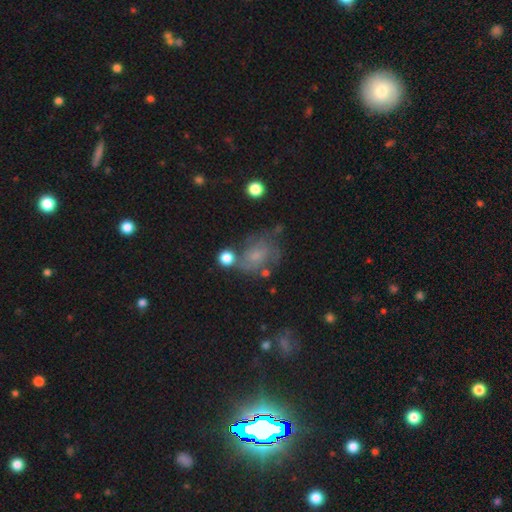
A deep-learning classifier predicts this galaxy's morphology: featured or disk 43%, smooth 42%, star or artifact 15%. Down the decision tree: merging — none (50%).